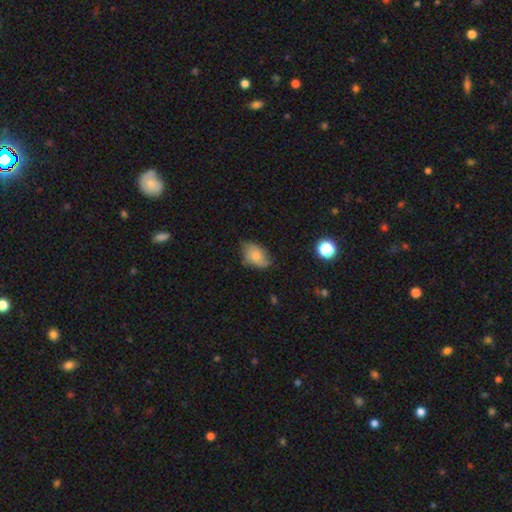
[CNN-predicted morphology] smooth 76%, featured or disk 16%, star or artifact 8%. Down the decision tree: how rounded — in between (88%); merging — none (63%).